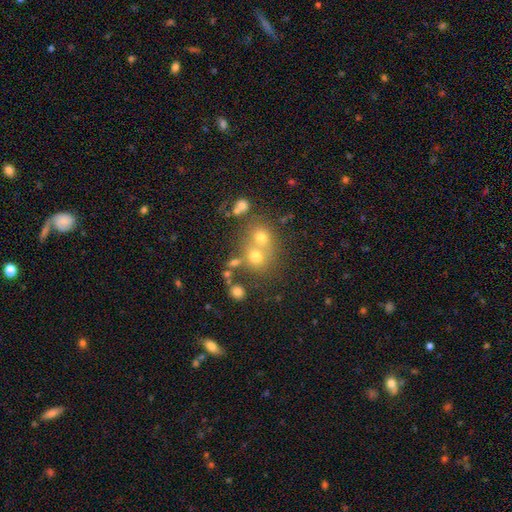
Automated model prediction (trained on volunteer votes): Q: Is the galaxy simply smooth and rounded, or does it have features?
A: smooth — 53%.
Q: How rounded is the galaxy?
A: round — 77%.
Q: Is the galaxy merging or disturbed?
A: merger — 44%.